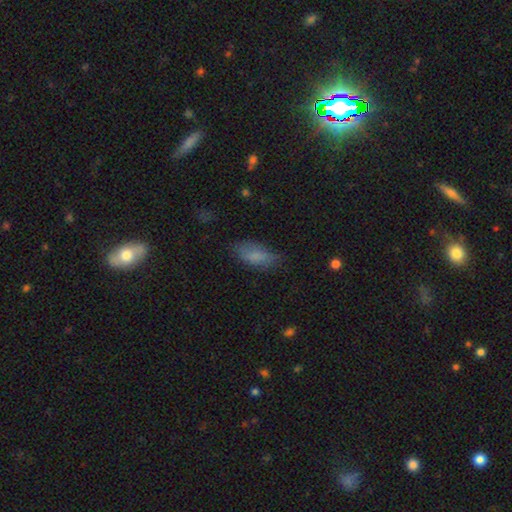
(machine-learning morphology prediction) A smooth galaxy with no disk features (79%) that is in between round and cigar-shaped (83%).

Vote fractions:
- Smooth or featured? smooth: 79% / featured or disk: 12% / star or artifact: 9%
- How rounded? in between: 83% / cigar-shaped: 14% / round: 3%
- Merging? none: 62% / minor disturbance: 27% / major disturbance: 9% / merger: 2%